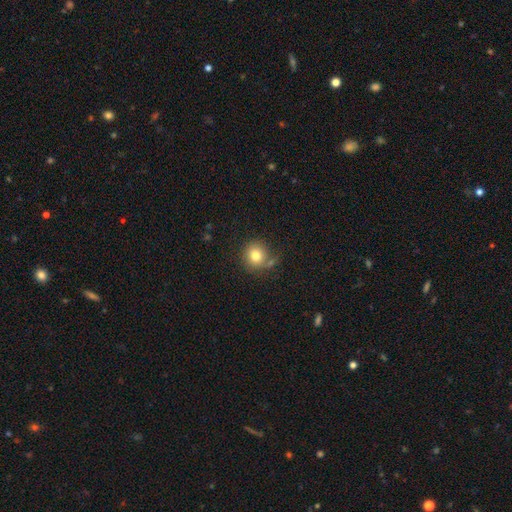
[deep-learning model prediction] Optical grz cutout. It shows a smooth galaxy with no disk features (78%) that is round (88%). Merging: none (66%).